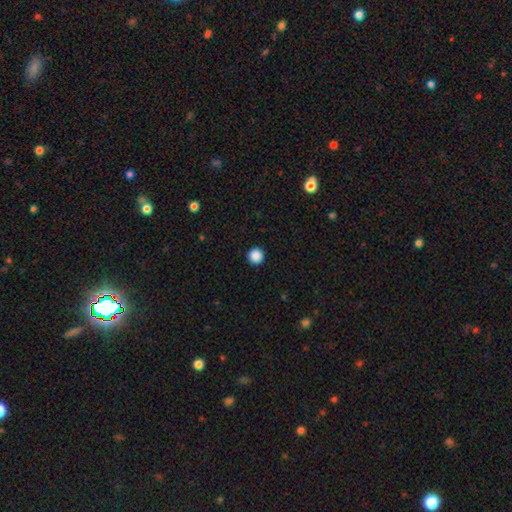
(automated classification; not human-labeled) Smooth or featured? Predicted: smooth (p=0.88). How rounded? Predicted: round (p=0.97). Merging? Predicted: none (p=0.94).